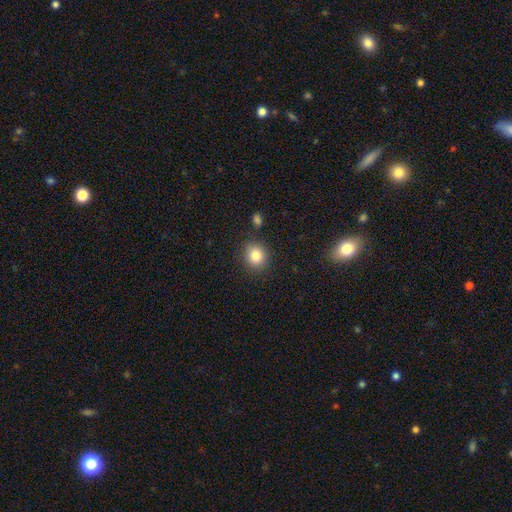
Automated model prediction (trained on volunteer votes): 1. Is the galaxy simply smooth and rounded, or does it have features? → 84% smooth, 10% star or artifact, 6% featured or disk.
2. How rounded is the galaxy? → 81% round, 18% in between, 1% cigar-shaped.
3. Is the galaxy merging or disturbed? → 85% none, 9% minor disturbance, 3% merger, 3% major disturbance.